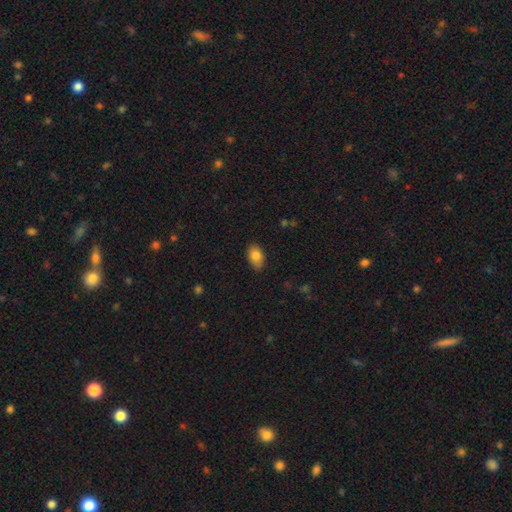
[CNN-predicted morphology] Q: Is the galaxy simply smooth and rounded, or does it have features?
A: smooth — 83%.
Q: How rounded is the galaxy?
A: in between — 89%.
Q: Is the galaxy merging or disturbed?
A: none — 83%.